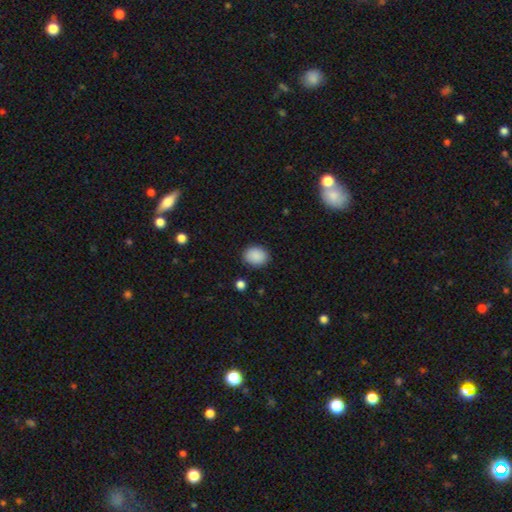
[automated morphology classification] Overall: smooth (89%). How rounded: in between (51%; round 48%). Merging: none (88%).